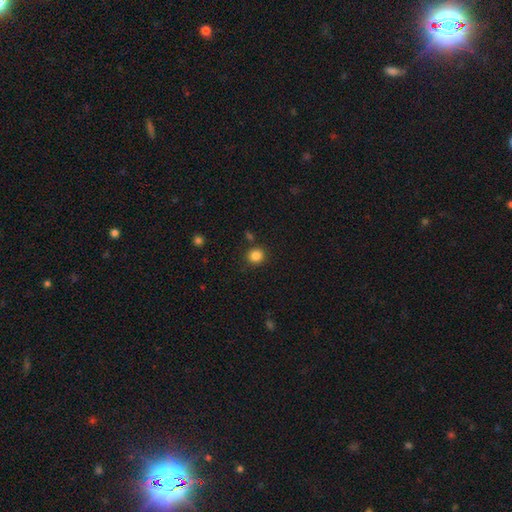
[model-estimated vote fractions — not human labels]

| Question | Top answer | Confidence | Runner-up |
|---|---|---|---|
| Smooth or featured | smooth | 85% | star or artifact (11%) |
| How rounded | round | 89% | in between (10%) |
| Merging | none | 87% | minor disturbance (7%) |